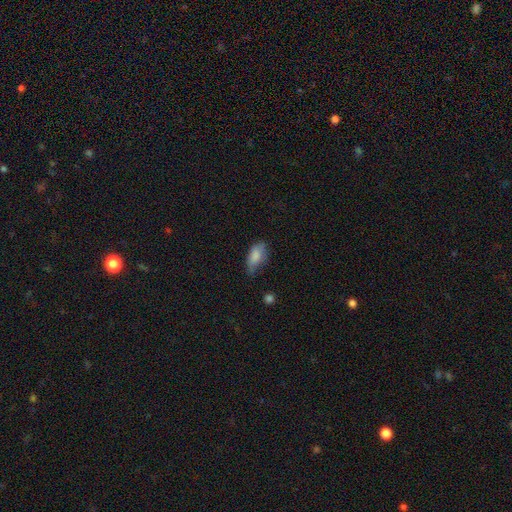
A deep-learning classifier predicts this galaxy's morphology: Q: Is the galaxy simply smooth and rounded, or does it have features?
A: smooth — 79%.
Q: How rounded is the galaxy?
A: in between — 88%.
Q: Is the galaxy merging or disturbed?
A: none — 42%.